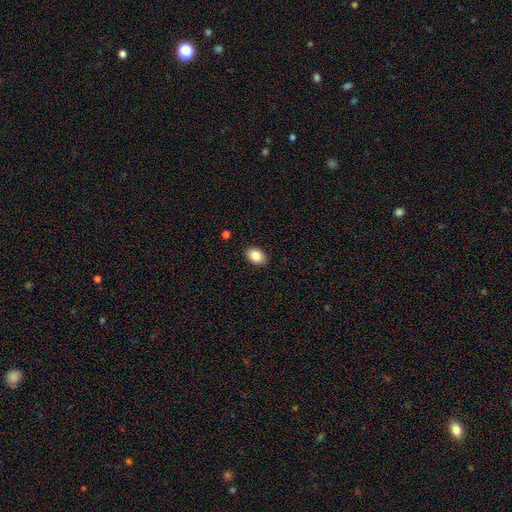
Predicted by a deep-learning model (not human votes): Overall: smooth (86%). How rounded: in between (79%). Merging: none (90%).